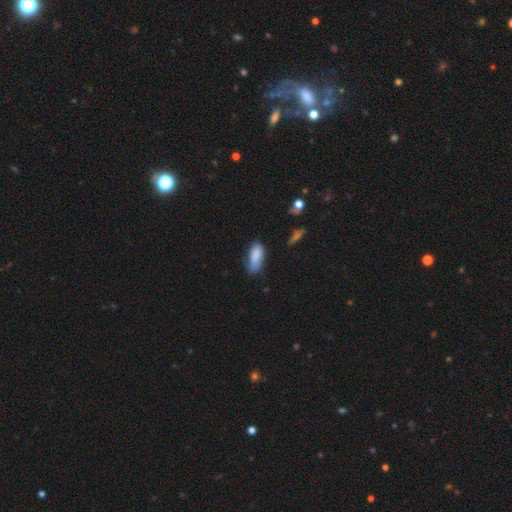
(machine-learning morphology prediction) type=smooth (84%); roundness=in between (81%); merging=none (50%).